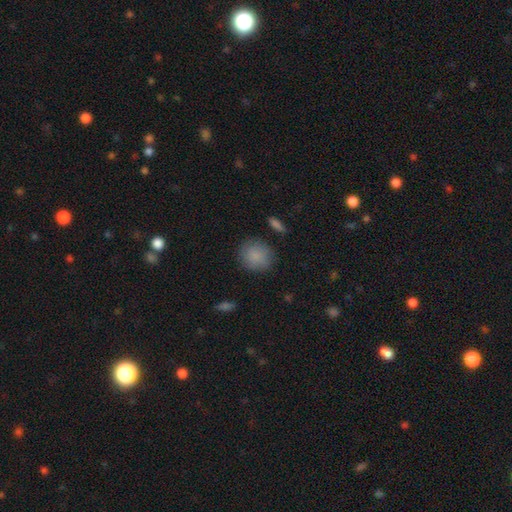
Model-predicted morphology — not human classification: A smooth galaxy with no disk features (87%) that is round (85%). Merging: none (82%).